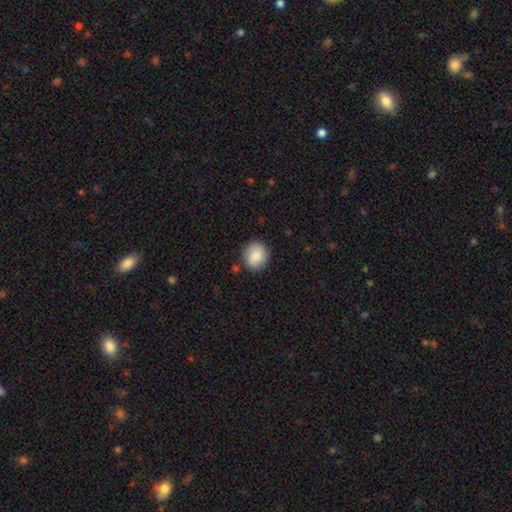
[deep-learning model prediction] smooth_or_featured: smooth (p=0.86) [alt: featured or disk p=0.07]
how_rounded: round (p=0.84) [alt: in between p=0.15]
merging: none (p=0.84) [alt: minor disturbance p=0.11]